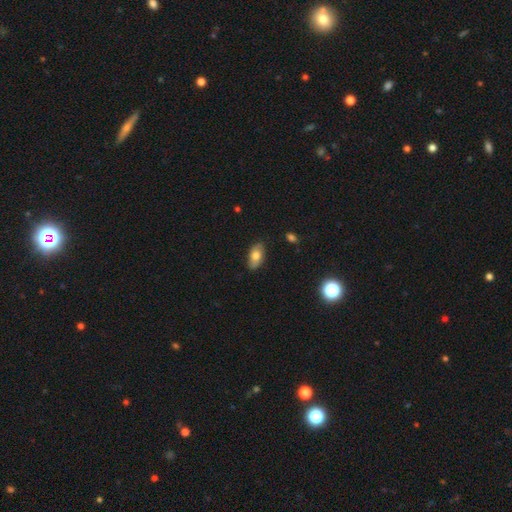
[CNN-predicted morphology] Smooth or featured: smooth — 69% (featured or disk — 23%)
How rounded: in between — 92% (round — 5%)
Merging: none — 83% (minor disturbance — 14%)